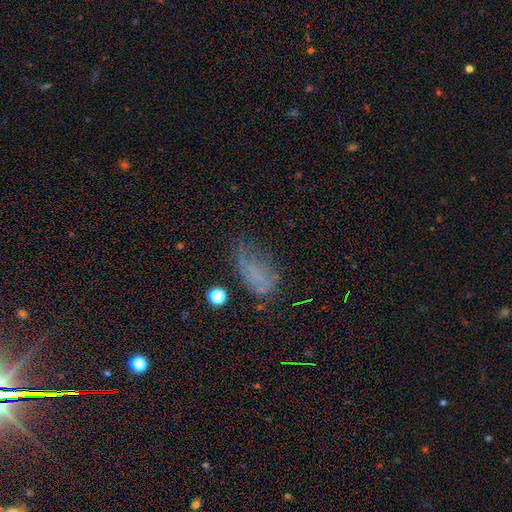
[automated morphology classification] This appears to be a star or artifact, not a galaxy (45%).